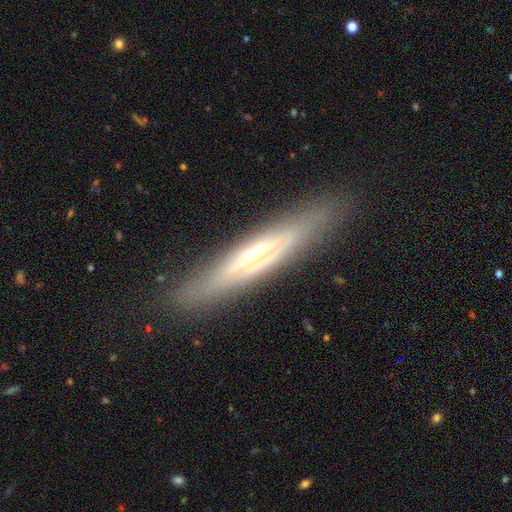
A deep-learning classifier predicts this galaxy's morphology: featured or disk 70%, smooth 23%, star or artifact 7%. Down the decision tree: edge-on disk — yes (79%); edge-on bulge — rounded (70%); merging — none (85%).